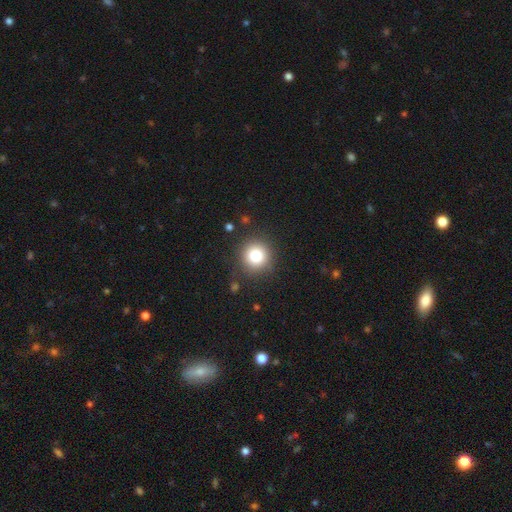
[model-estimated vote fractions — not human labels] Morphology: type=smooth (82%); roundness=round (93%); merging=none (87%).